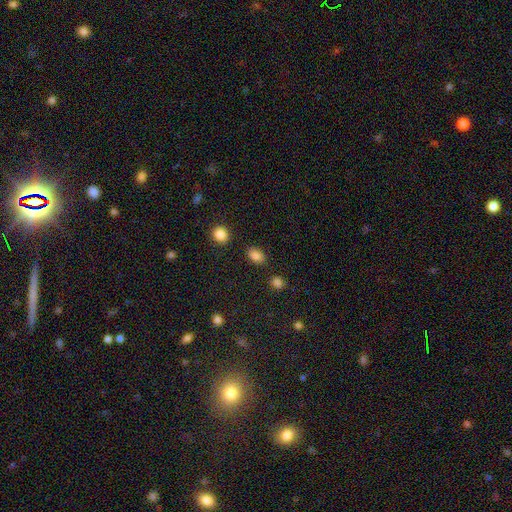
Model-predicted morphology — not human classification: Q: Smooth or featured?
A: smooth (85%); runner-up: star or artifact (10%)
Q: How rounded?
A: in between (79%); runner-up: round (19%)
Q: Merging?
A: none (84%); runner-up: minor disturbance (9%)